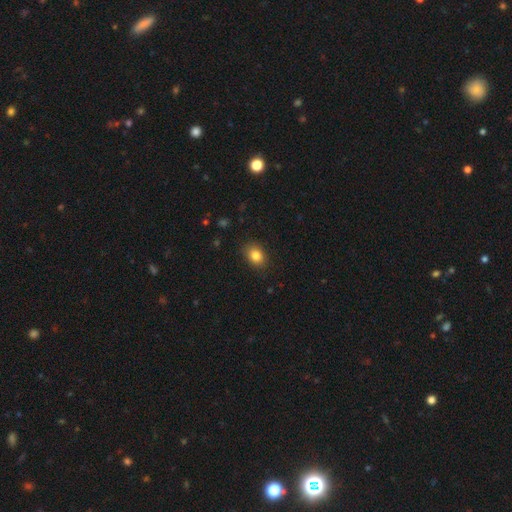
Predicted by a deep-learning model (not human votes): A smooth galaxy with no disk features (84%) that is in between round and cigar-shaped (65%). Merging: none (86%).